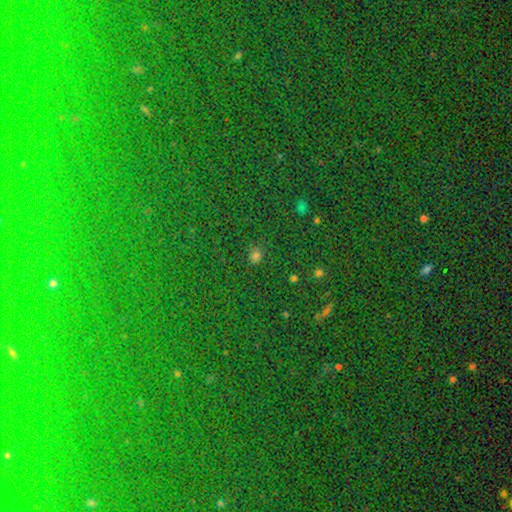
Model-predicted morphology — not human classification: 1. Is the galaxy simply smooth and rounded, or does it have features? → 49% star or artifact, 44% smooth, 7% featured or disk.